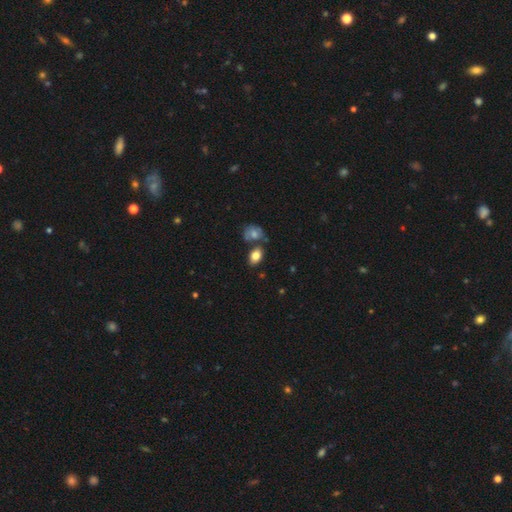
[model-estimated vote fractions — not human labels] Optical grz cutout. It shows a smooth galaxy with no disk features (81%) that is in between round and cigar-shaped (85%). Merging: none (63%).